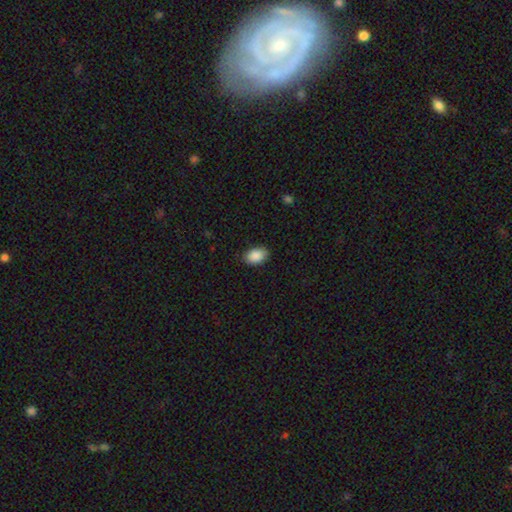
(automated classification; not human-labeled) Overall: smooth (90%). How rounded: in between (86%). Merging: none (87%).